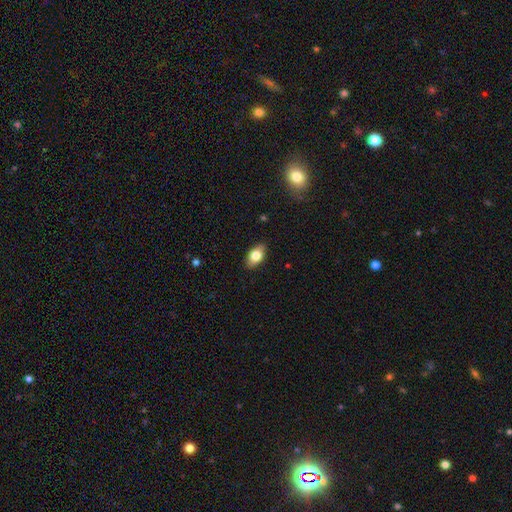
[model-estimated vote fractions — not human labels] A smooth galaxy with no disk features (77%) that is in between round and cigar-shaped (90%). Merging: none (87%).